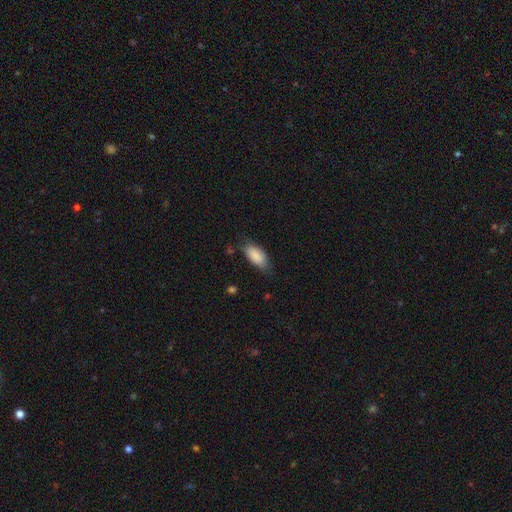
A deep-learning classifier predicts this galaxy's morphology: The model was most divided on "merging": none: 67%, minor disturbance: 26%, major disturbance: 6%, merger: 2%. More confident: how rounded — in between (90%); smooth or featured — smooth (87%).